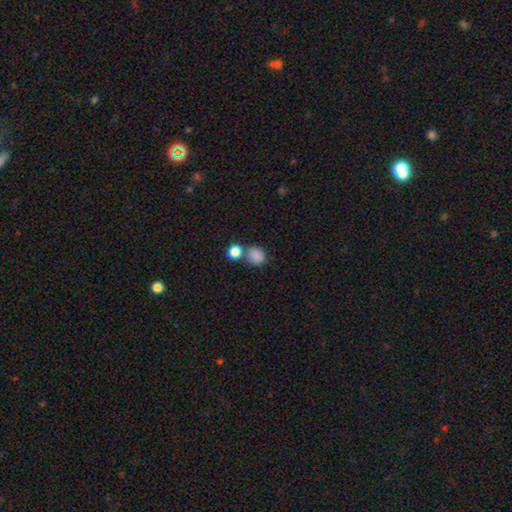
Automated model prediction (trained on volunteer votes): This is clearly a smooth galaxy (86%). How rounded: likely round (77%). Merging: possibly none (58%).